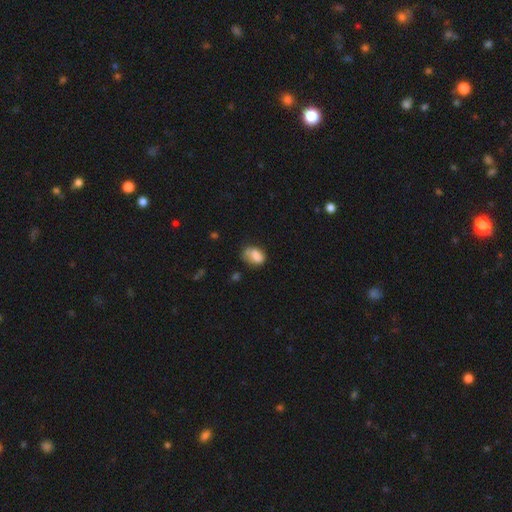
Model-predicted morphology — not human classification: smooth_or_featured: smooth (p=0.73) [alt: featured or disk p=0.18]
how_rounded: in between (p=0.76) [alt: round p=0.23]
merging: none (p=0.43) [alt: minor disturbance p=0.34]